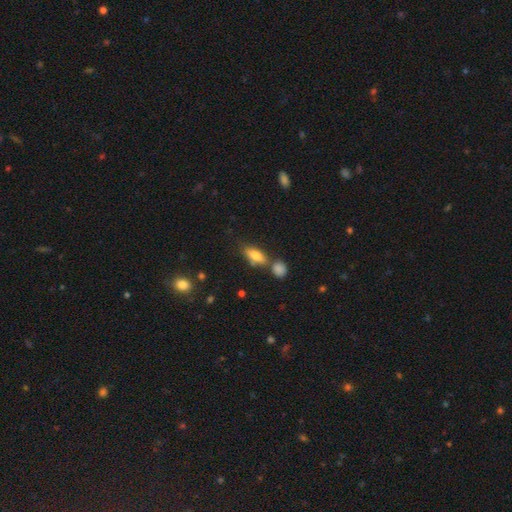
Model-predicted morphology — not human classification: Smooth or featured? smooth (78%)
How rounded? in between (77%)
Merging? none (57%)